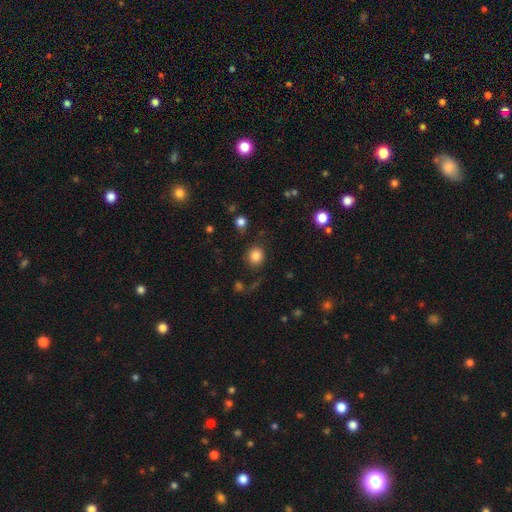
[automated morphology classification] smooth_or_featured: smooth (p=0.85) [alt: star or artifact p=0.10]
how_rounded: round (p=0.82) [alt: in between p=0.17]
merging: none (p=0.82) [alt: minor disturbance p=0.11]